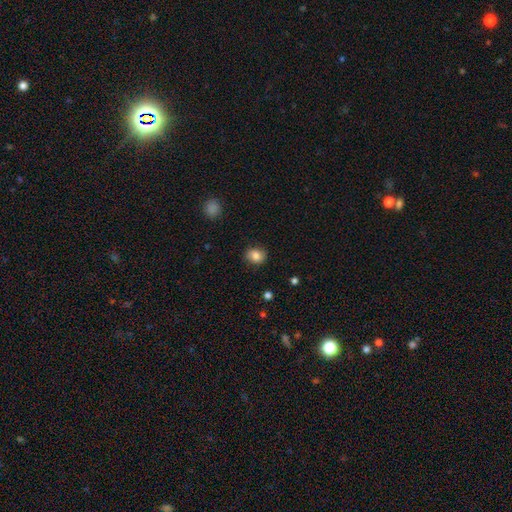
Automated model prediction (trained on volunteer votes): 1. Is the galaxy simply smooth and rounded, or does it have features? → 84% smooth, 10% star or artifact, 7% featured or disk.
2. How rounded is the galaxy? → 64% round, 35% in between, 1% cigar-shaped.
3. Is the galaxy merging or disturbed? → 84% none, 12% minor disturbance, 3% major disturbance, 1% merger.